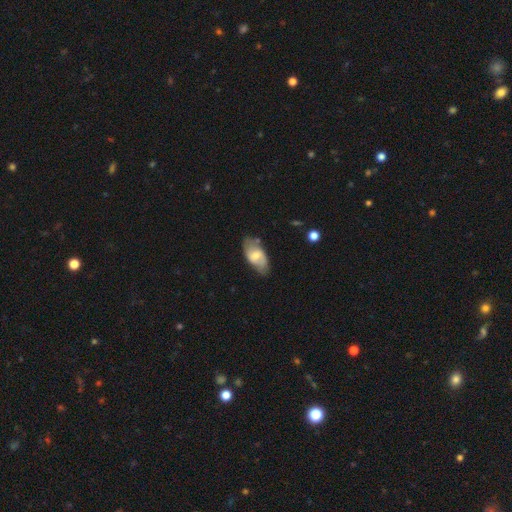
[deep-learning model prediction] featured or disk 48%, smooth 45%, star or artifact 6%. Down the decision tree: merging — none (67%).